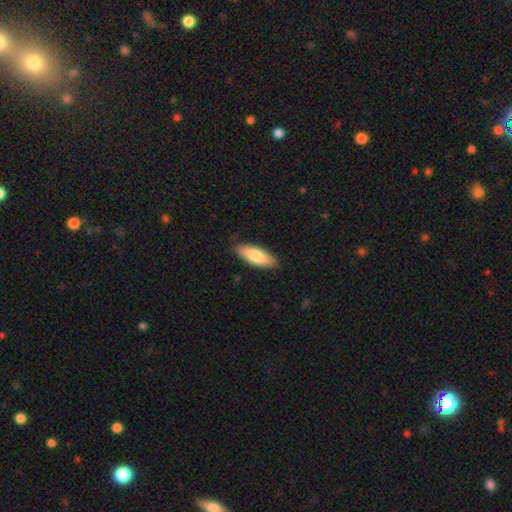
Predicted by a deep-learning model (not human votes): Smooth or featured: smooth — 80% (featured or disk — 14%)
How rounded: in between — 68% (cigar-shaped — 30%)
Merging: none — 87% (minor disturbance — 11%)